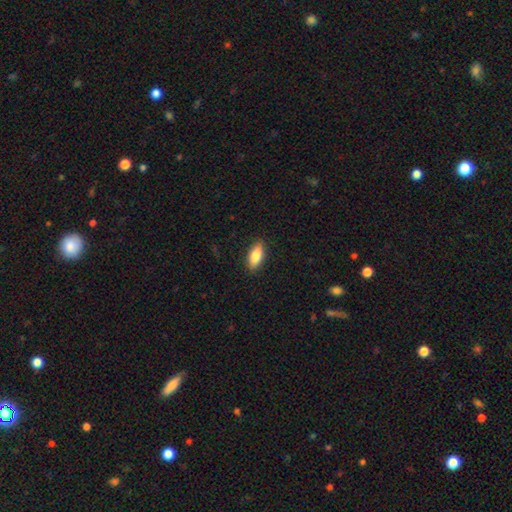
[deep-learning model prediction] Smooth or featured?
  - smooth: 83% *
  - featured or disk: 11%
  - star or artifact: 6%
How rounded?
  - in between: 80% *
  - cigar-shaped: 18%
  - round: 2%
Merging?
  - none: 88% *
  - minor disturbance: 9%
  - major disturbance: 2%
  - merger: 1%